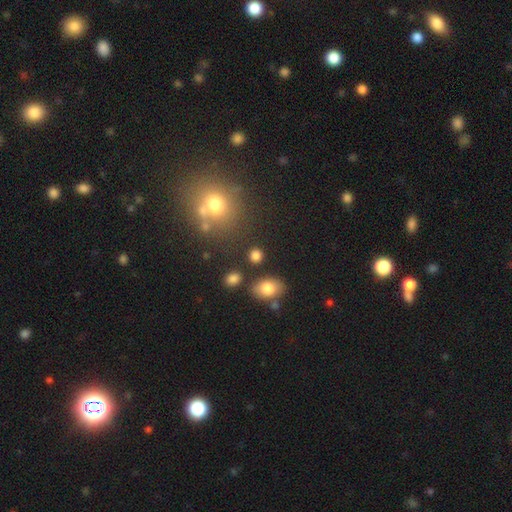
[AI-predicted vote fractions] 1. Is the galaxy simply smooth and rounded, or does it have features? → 82% smooth, 11% star or artifact, 6% featured or disk.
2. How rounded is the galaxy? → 65% round, 33% in between, 2% cigar-shaped.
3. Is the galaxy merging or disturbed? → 80% none, 10% minor disturbance, 7% merger, 4% major disturbance.